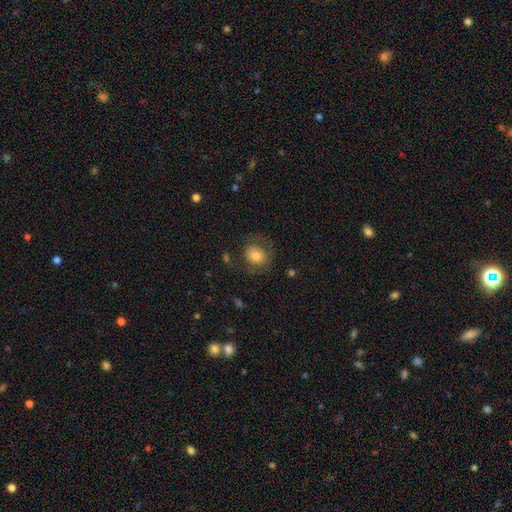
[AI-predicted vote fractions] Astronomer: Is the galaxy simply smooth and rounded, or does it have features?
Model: smooth — 70%.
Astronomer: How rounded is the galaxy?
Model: round — 67%.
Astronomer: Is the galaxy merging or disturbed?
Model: none — 64%.